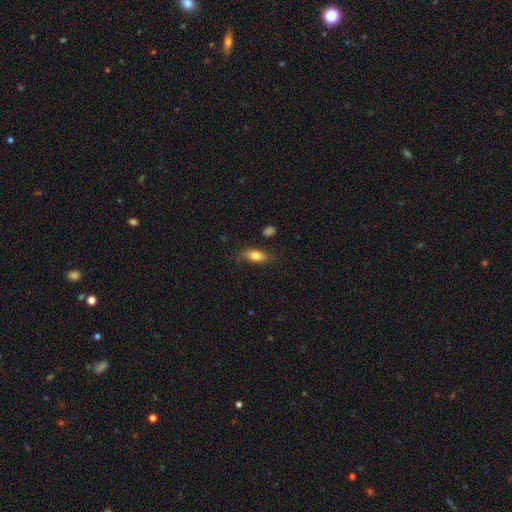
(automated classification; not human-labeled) smooth 78%, featured or disk 14%, star or artifact 7%. Down the decision tree: how rounded — in between (80%); merging — none (78%).